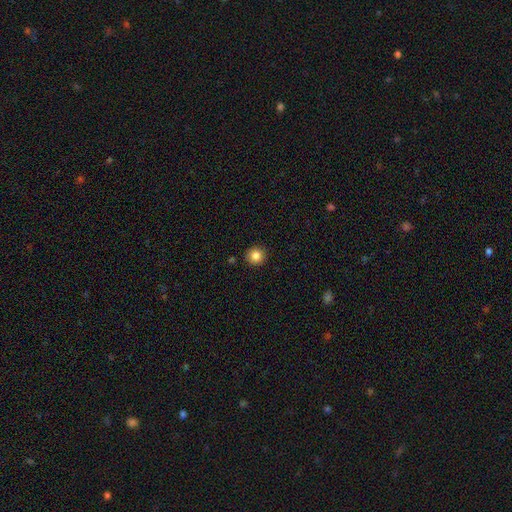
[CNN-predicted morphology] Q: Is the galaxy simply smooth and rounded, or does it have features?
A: smooth — 84%.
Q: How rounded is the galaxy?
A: round — 92%.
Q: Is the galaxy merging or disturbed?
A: none — 92%.